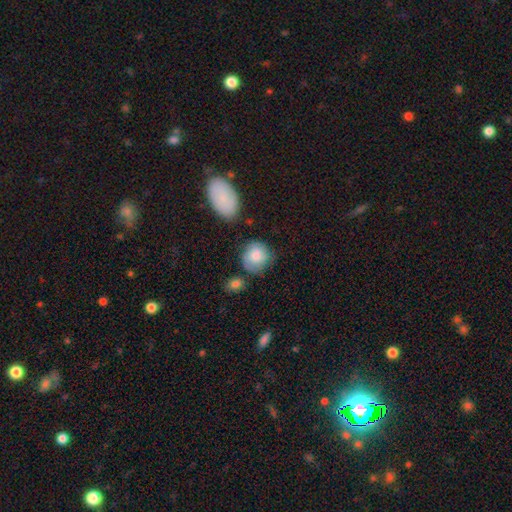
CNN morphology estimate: This appears to be a smooth galaxy with no disk features (75%) that is round (83%). Merging: none (63%).